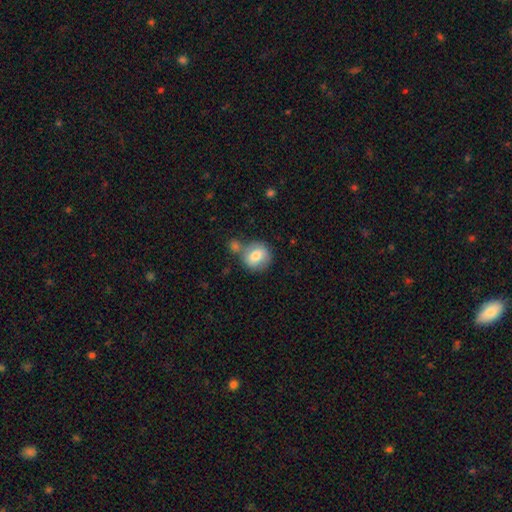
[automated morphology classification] Smooth or featured? smooth (76%)
How rounded? round (81%)
Merging? none (57%)